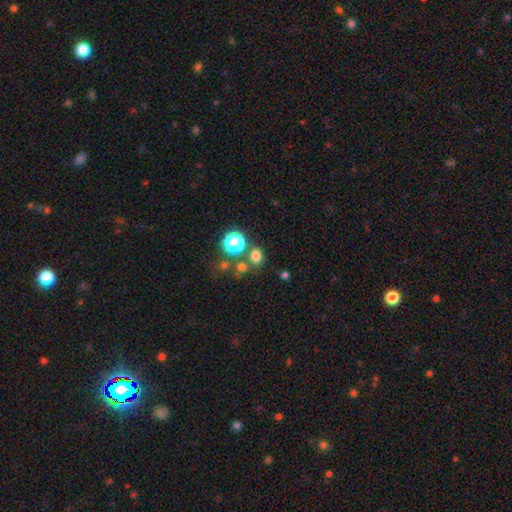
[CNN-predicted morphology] A smooth galaxy with no disk features (73%) that is round (67%). Merging: none (70%).